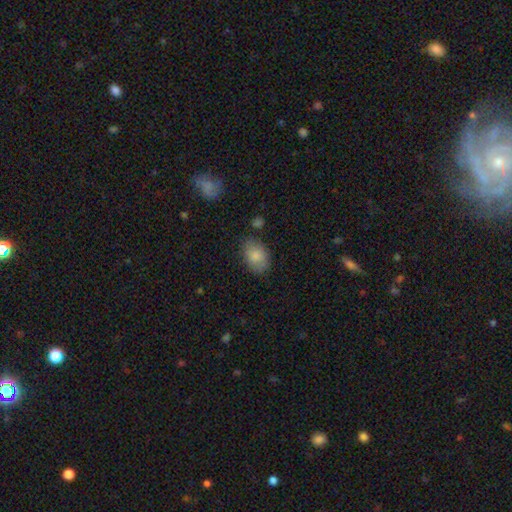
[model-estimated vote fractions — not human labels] This appears to be a smooth galaxy with no disk features (83%) that is in between round and cigar-shaped (81%). Merging: none (74%).